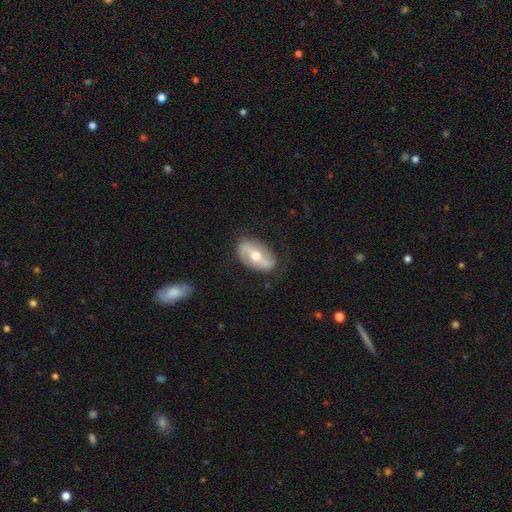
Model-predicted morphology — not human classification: featured or disk 65%, smooth 29%, star or artifact 6%. Down the decision tree: edge-on disk — no (91%); bar — strong (42%); spiral arms — yes (62%); bulge size — moderate (77%); merging — none (77%).